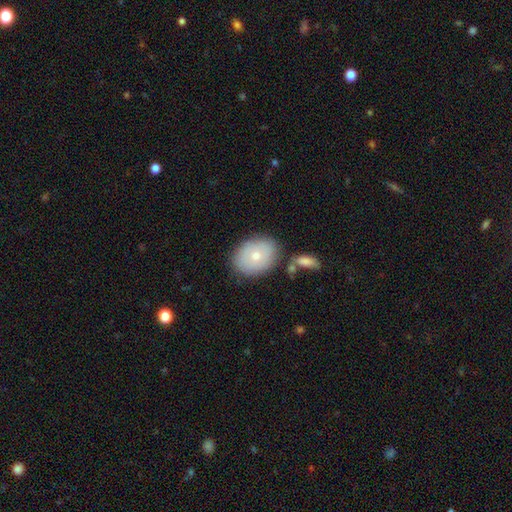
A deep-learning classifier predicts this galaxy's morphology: This is likely a smooth galaxy (70%). How rounded: likely in between (65%). Merging: likely none (77%).